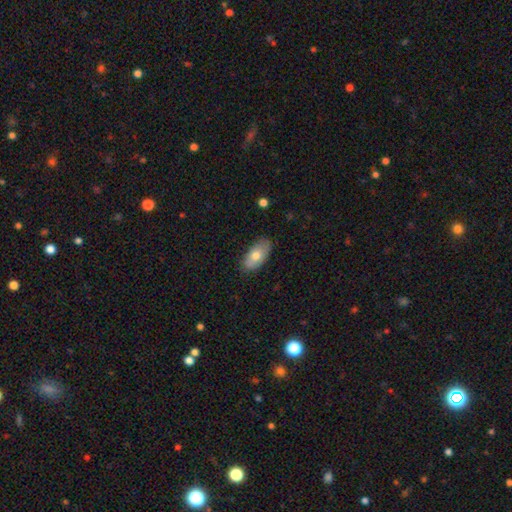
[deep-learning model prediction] smooth-or-featured: smooth: 71% | featured or disk: 23% | star or artifact: 6%
  how-rounded: in between: 92% | cigar-shaped: 4% | round: 4%
  merging: none: 82% | minor disturbance: 14% | major disturbance: 2% | merger: 1%